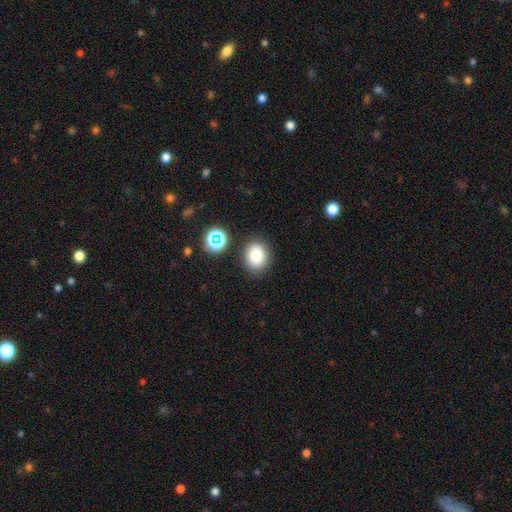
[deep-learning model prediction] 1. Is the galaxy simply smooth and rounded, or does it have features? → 79% smooth, 13% star or artifact, 8% featured or disk.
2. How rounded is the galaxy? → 56% round, 43% in between, 1% cigar-shaped.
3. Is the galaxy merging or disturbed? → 83% none, 11% minor disturbance, 4% merger, 3% major disturbance.